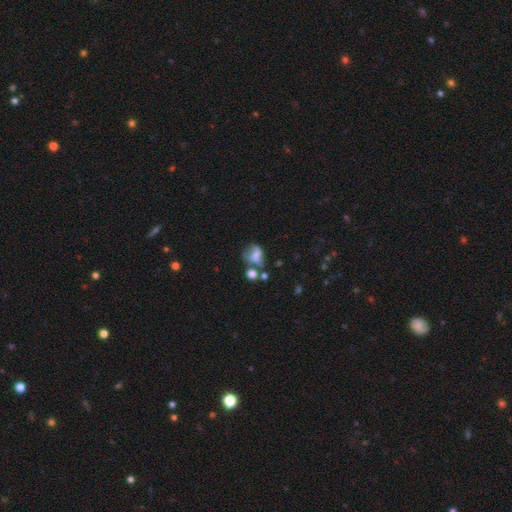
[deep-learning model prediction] This is possibly a smooth galaxy (56%). How rounded: likely in between (64%). Merging: marginally merger (28%).